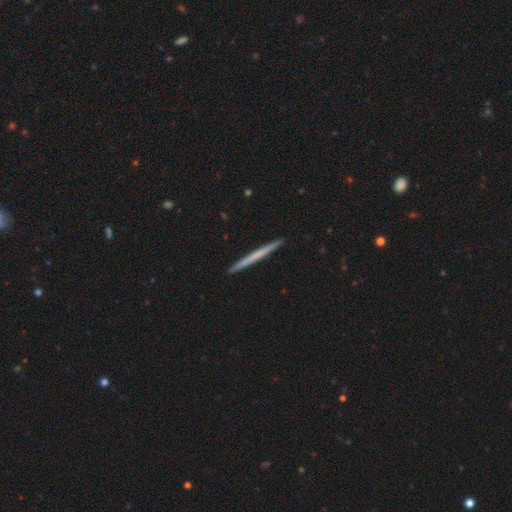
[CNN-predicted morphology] smooth_or_featured: smooth (p=0.51) [alt: featured or disk p=0.44]
how_rounded: cigar-shaped (p=0.97) [alt: in between p=0.01]
merging: none (p=0.94) [alt: minor disturbance p=0.04]